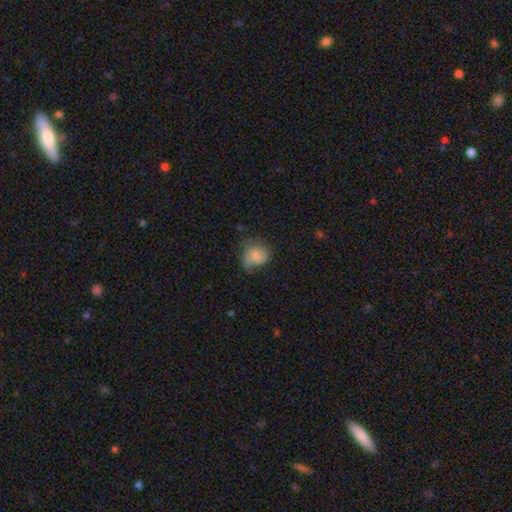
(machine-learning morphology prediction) The model was most divided on "merging": minor disturbance: 37%, none: 35%, major disturbance: 26%, merger: 3%. More confident: smooth or featured — smooth (70%); how rounded — round (55%).